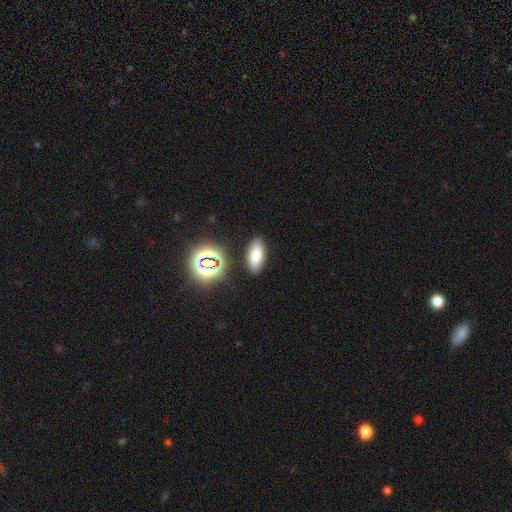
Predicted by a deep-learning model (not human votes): Overall: smooth (72%). How rounded: in between (84%). Merging: none (86%).